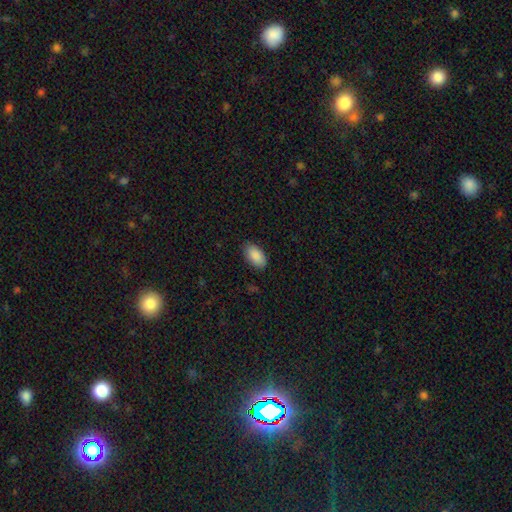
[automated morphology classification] Smooth or featured? Predicted: smooth (p=0.90). How rounded? Predicted: in between (p=0.94). Merging? Predicted: none (p=0.85).